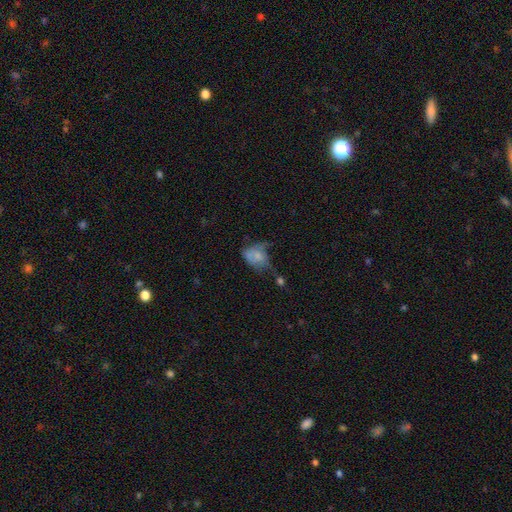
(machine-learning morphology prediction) A smooth galaxy with no disk features (63%) that is in between round and cigar-shaped (72%). Merging: major disturbance (34%).